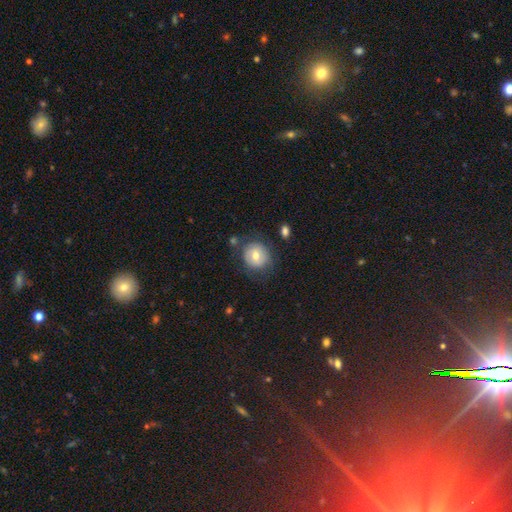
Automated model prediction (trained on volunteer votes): Smooth or featured?
  - smooth: 65% *
  - featured or disk: 27%
  - star or artifact: 9%
How rounded?
  - round: 85% *
  - in between: 14%
  - cigar-shaped: 1%
Merging?
  - none: 74% *
  - minor disturbance: 16%
  - major disturbance: 7%
  - merger: 3%